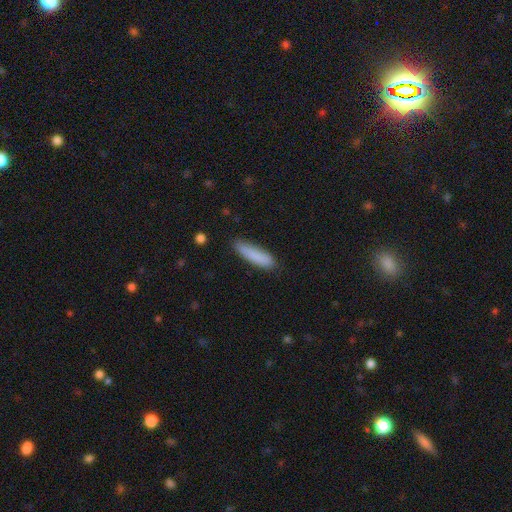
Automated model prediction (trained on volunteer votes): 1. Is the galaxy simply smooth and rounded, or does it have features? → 86% smooth, 8% featured or disk, 6% star or artifact.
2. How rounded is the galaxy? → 75% cigar-shaped, 24% in between, 1% round.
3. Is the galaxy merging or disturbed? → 82% none, 14% minor disturbance, 2% major disturbance, 1% merger.